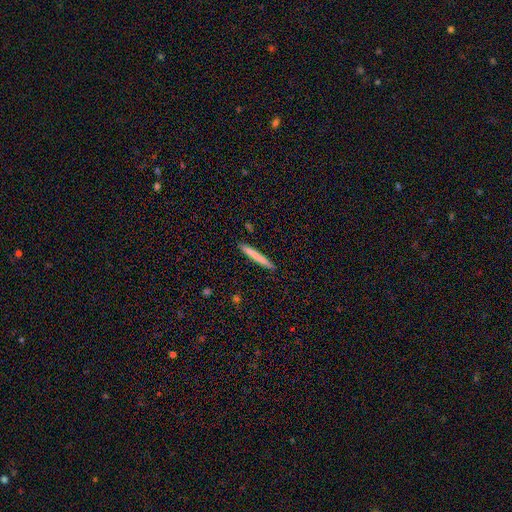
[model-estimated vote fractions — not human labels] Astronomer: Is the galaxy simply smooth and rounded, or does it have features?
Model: smooth — 73%.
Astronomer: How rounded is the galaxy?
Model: cigar-shaped — 97%.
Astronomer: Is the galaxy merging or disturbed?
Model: none — 91%.